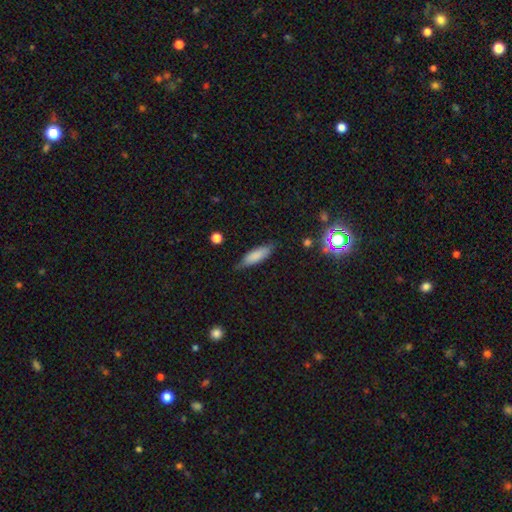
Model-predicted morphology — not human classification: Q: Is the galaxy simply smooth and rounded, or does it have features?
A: smooth — 79%.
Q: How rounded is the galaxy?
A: in between — 50%.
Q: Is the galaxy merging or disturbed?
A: none — 73%.